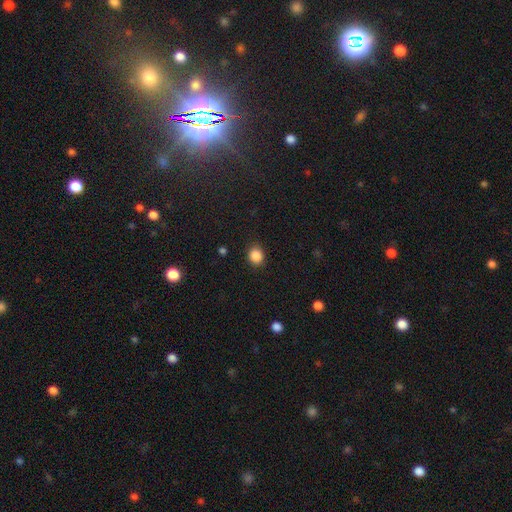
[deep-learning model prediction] A smooth galaxy with no disk features (87%) that is round (73%). Merging: none (87%).